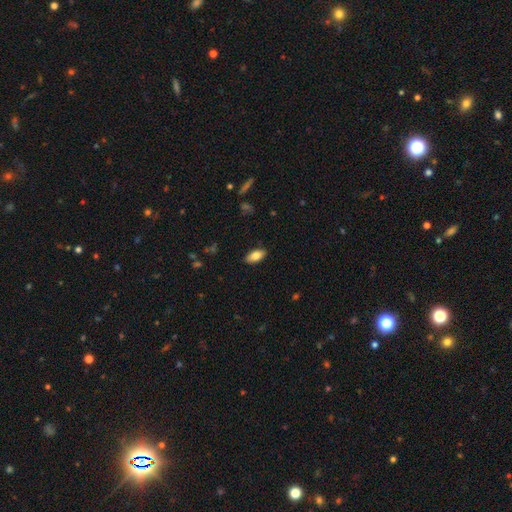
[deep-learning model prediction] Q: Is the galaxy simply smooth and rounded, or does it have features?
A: smooth — 82%.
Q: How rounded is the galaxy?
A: in between — 91%.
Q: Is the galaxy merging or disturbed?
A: none — 88%.